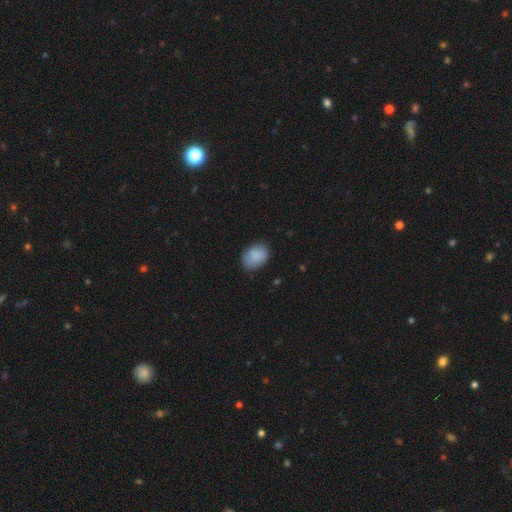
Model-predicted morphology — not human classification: This appears to be a smooth galaxy with no disk features (85%) that is in between round and cigar-shaped (70%). Merging: none (76%).